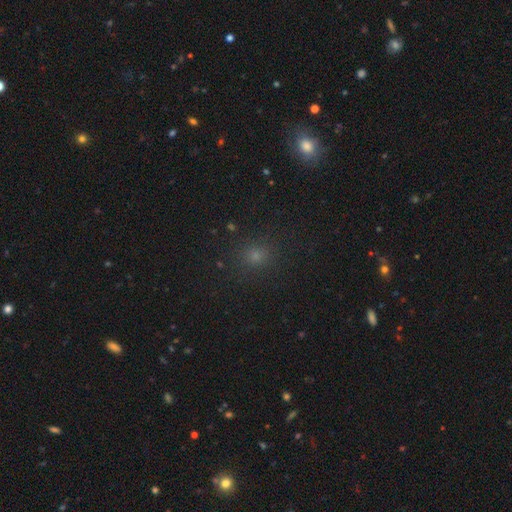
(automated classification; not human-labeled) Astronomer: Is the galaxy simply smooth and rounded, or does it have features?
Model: smooth — 67%.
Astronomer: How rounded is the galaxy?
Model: round — 84%.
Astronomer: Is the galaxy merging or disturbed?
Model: none — 87%.